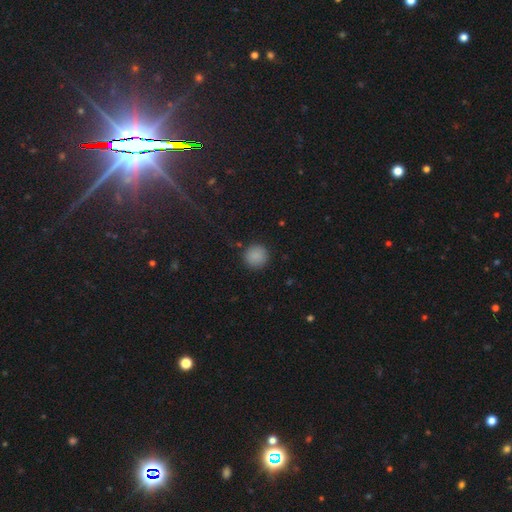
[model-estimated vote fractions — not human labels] The model was most divided on "smooth or featured": smooth: 87%, star or artifact: 9%, featured or disk: 4%. More confident: how rounded — round (94%); merging — none (89%).